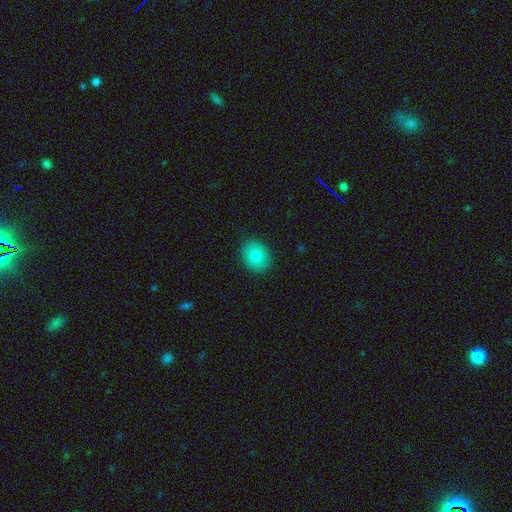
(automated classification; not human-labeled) Smooth or featured? Predicted: smooth (p=0.79). How rounded? Predicted: round (p=0.58). Merging? Predicted: none (p=0.90).